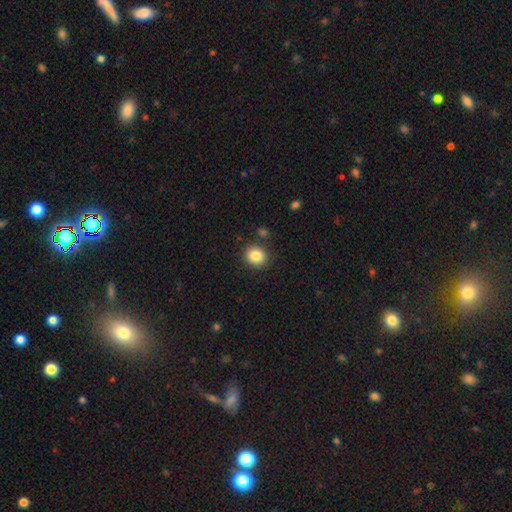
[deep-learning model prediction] Smooth or featured? Predicted: smooth (p=0.85). How rounded? Predicted: round (p=0.80). Merging? Predicted: none (p=0.86).